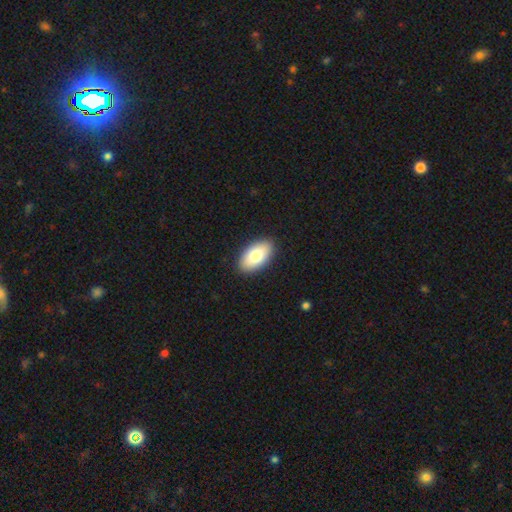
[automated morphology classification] Smooth or featured? Predicted: smooth (p=0.78). How rounded? Predicted: in between (p=0.95). Merging? Predicted: none (p=0.90).